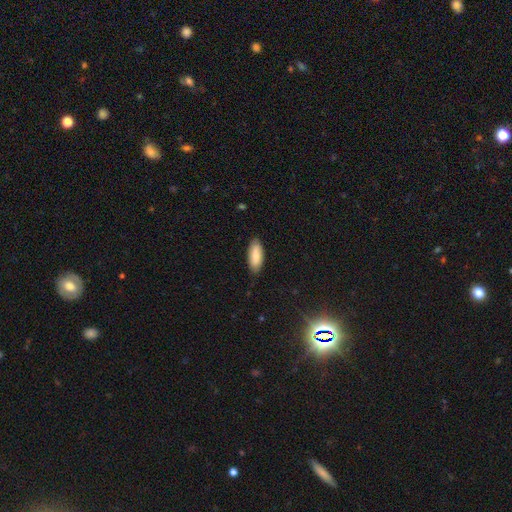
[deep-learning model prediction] A smooth galaxy with no disk features (76%) that is in between round and cigar-shaped (81%). Merging: none (85%).